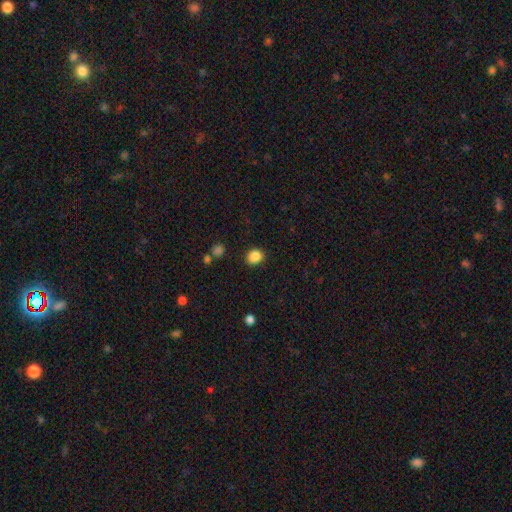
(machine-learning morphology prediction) The model was most divided on "how rounded": round: 61%, in between: 38%, cigar-shaped: 1%. More confident: smooth or featured — smooth (86%); merging — none (85%).